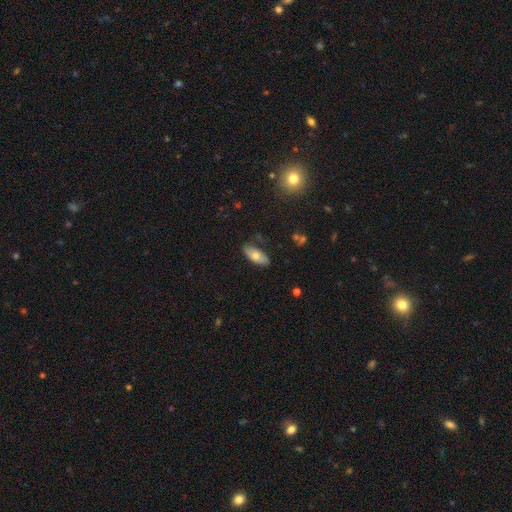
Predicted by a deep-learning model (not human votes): Morphology: type=smooth (69%); roundness=in between (85%); merging=none (79%).